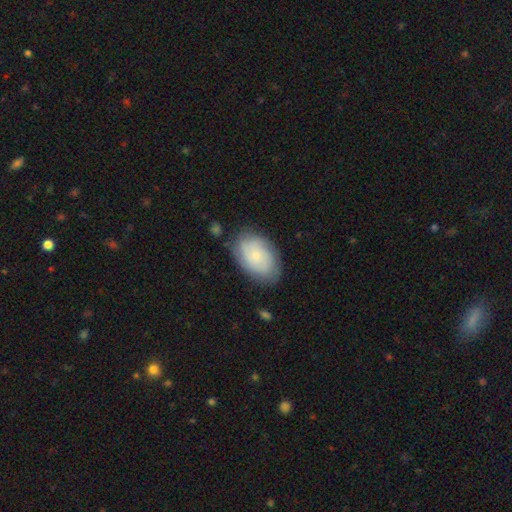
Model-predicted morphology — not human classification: Smooth or featured? smooth (60%)
How rounded? in between (90%)
Merging? none (77%)